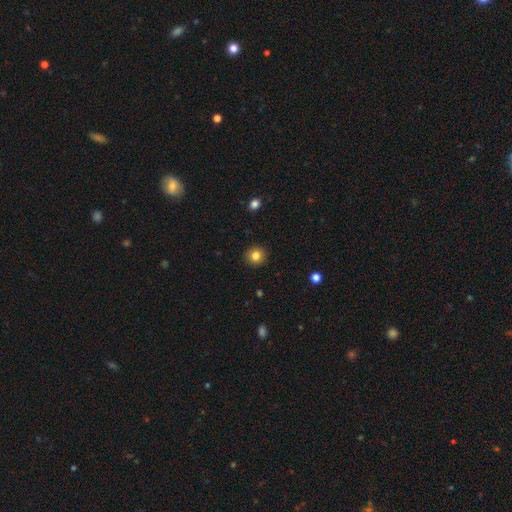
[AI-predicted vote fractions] The model was most divided on "smooth or featured": smooth: 83%, star or artifact: 11%, featured or disk: 6%. More confident: how rounded — round (92%); merging — none (92%).